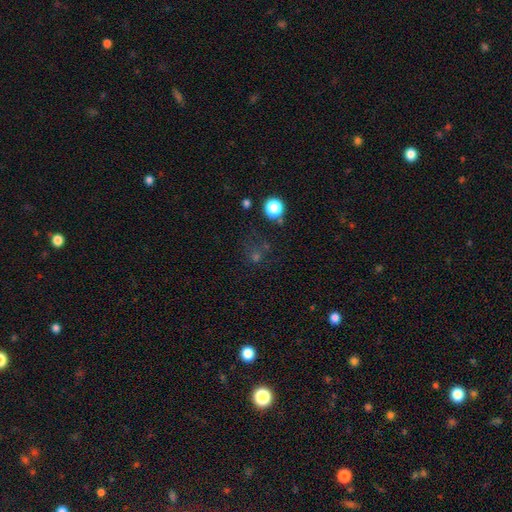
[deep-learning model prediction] Q: Smooth or featured?
A: star or artifact (47%); runner-up: smooth (41%)